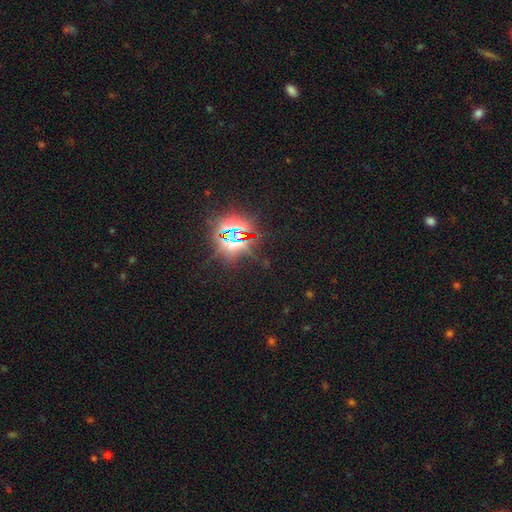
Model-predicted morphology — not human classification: A star or artifact, not a galaxy (84%).

Vote fractions:
- Smooth or featured? star or artifact: 84% / smooth: 10% / featured or disk: 6%